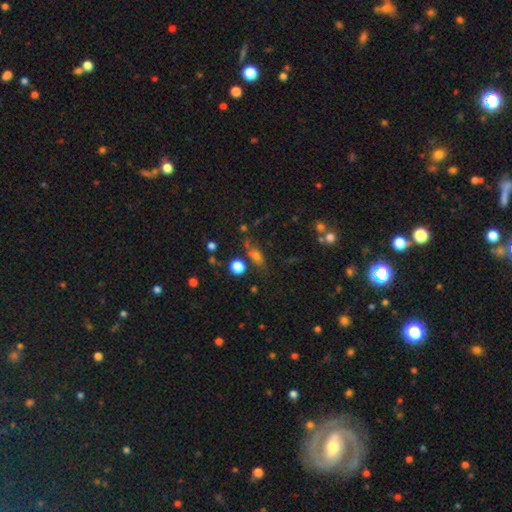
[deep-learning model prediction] Smooth or featured? smooth (65%)
How rounded? in between (56%)
Merging? none (63%)